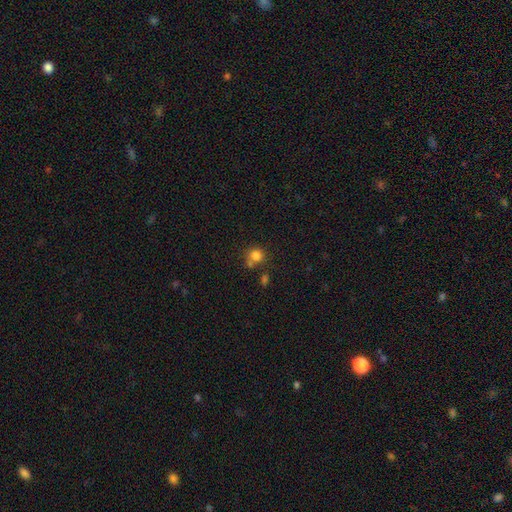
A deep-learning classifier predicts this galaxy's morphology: A smooth galaxy with no disk features (81%) that is round (86%). Merging: none (61%).